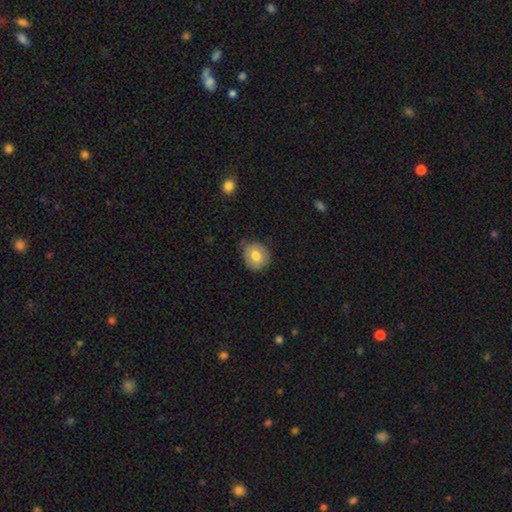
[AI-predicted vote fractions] Smooth or featured: smooth — 76% (featured or disk — 17%)
How rounded: round — 78% (in between — 21%)
Merging: none — 70% (minor disturbance — 25%)